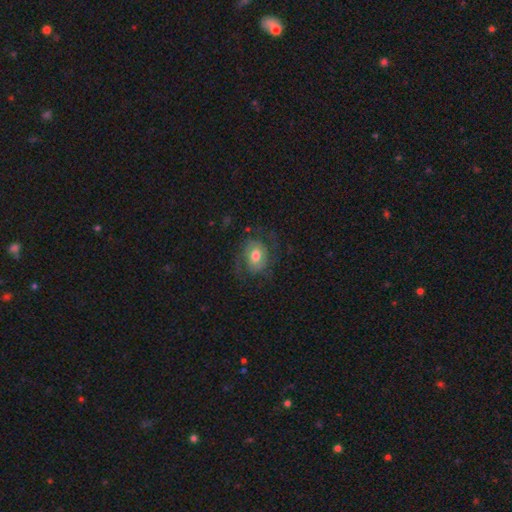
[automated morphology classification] The model was most divided on "smooth or featured": featured or disk: 55%, smooth: 38%, star or artifact: 8%. More confident: edge-on disk — no (96%); spiral arms — yes (74%); bulge size — moderate (64%); bar — no (62%); merging — none (59%).